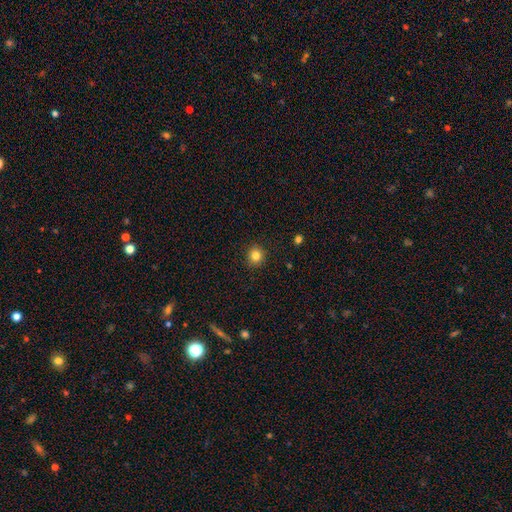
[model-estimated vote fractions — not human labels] Smooth or featured? Predicted: smooth (p=0.83). How rounded? Predicted: round (p=0.88). Merging? Predicted: none (p=0.91).